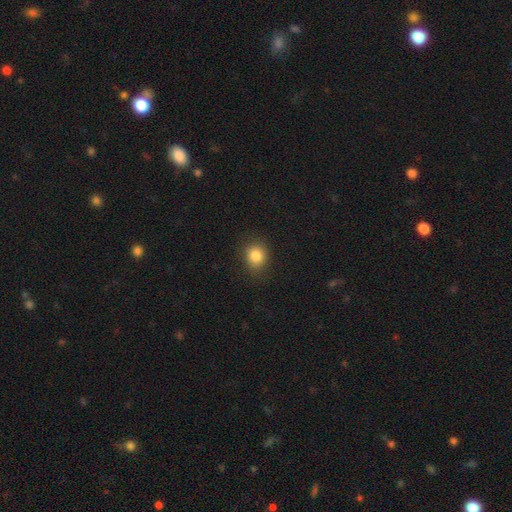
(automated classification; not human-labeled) smooth 84%, star or artifact 10%, featured or disk 5%. Down the decision tree: how rounded — round (72%); merging — none (84%).